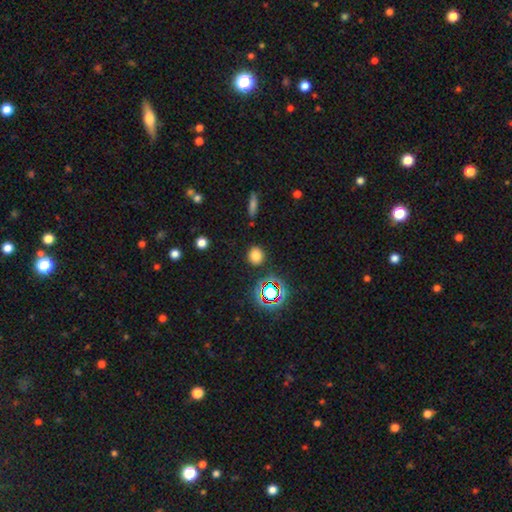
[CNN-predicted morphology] This is likely a smooth galaxy (76%). How rounded: clearly round (82%). Merging: clearly none (87%).